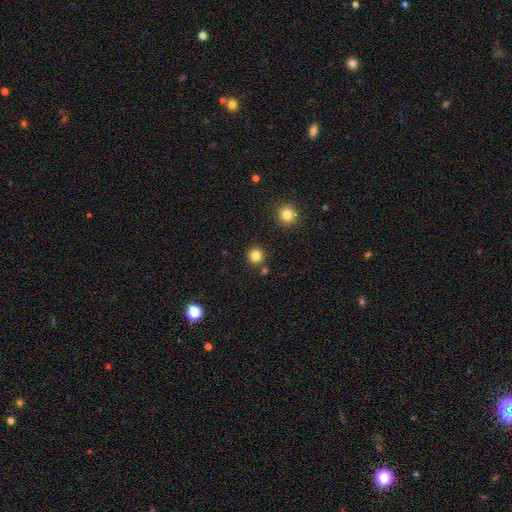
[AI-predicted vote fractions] Q: Smooth or featured?
A: smooth (83%); runner-up: star or artifact (13%)
Q: How rounded?
A: round (93%); runner-up: in between (6%)
Q: Merging?
A: none (85%); runner-up: minor disturbance (7%)